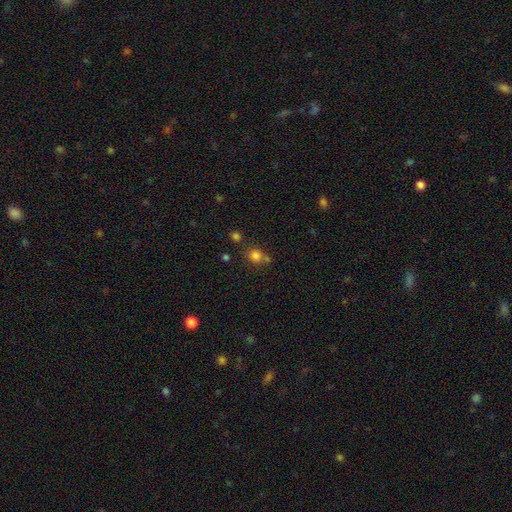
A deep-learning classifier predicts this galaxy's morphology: Smooth or featured: smooth — 79% (star or artifact — 15%)
How rounded: round — 76% (in between — 22%)
Merging: none — 60% (merger — 21%)